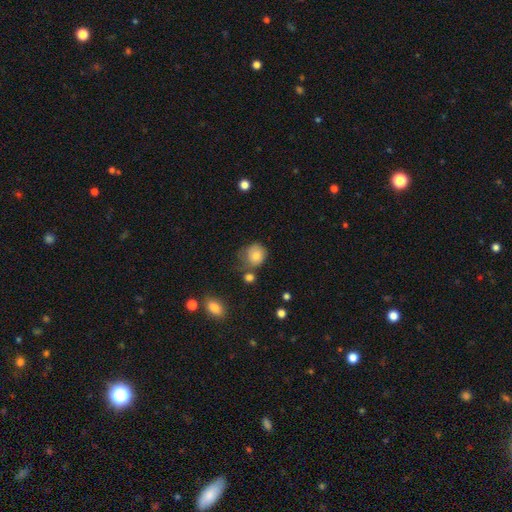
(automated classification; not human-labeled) This is likely a smooth galaxy (77%). How rounded: likely round (74%). Merging: possibly none (50%).